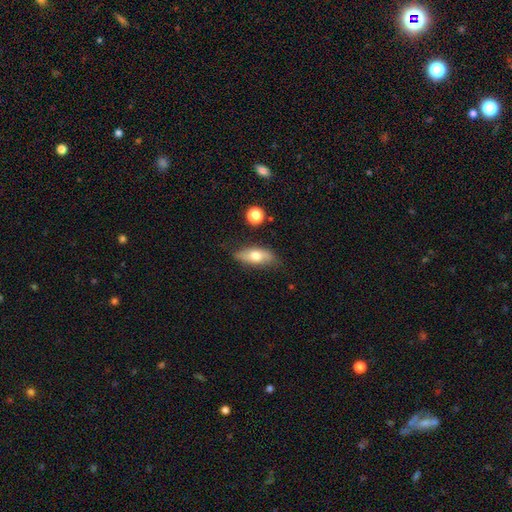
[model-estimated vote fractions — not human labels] Q: Smooth or featured?
A: smooth (63%); runner-up: featured or disk (30%)
Q: How rounded?
A: in between (77%); runner-up: cigar-shaped (19%)
Q: Merging?
A: none (74%); runner-up: minor disturbance (19%)